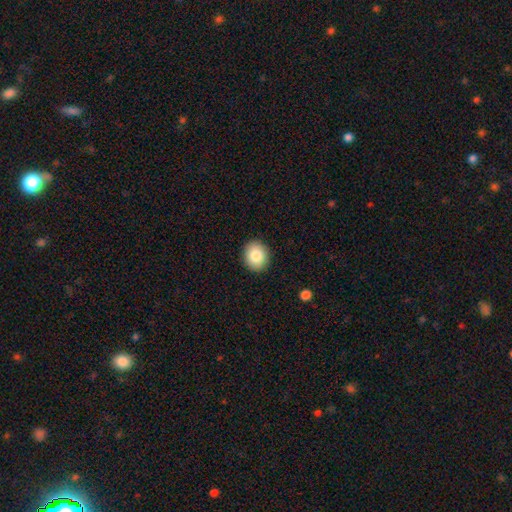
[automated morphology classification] A smooth galaxy with no disk features (84%) that is round (69%). Merging: none (91%).